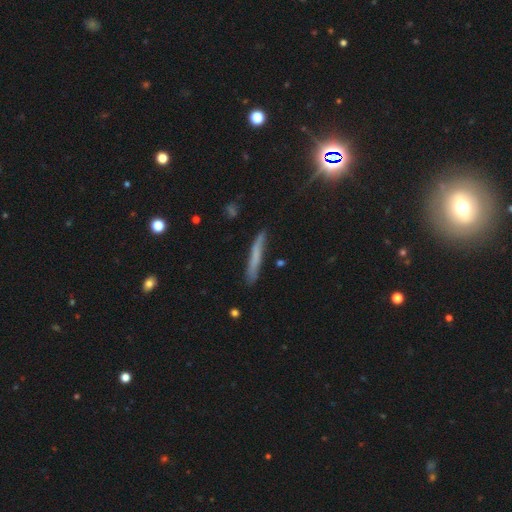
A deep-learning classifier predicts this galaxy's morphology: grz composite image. It shows a smooth galaxy with no disk features (61%) that is cigar-shaped (95%). Merging: none (81%).